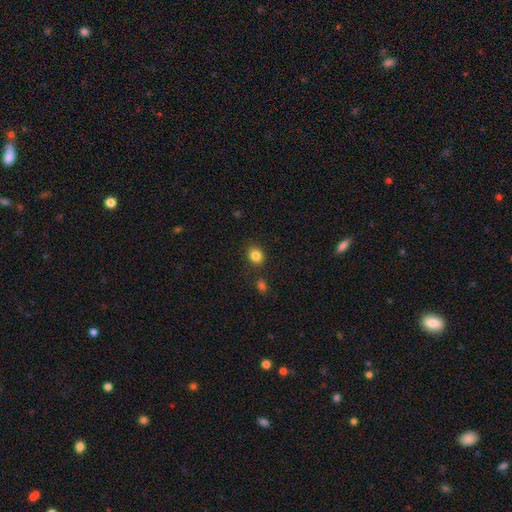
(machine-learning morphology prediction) type=smooth (85%); roundness=round (60%); merging=none (83%).